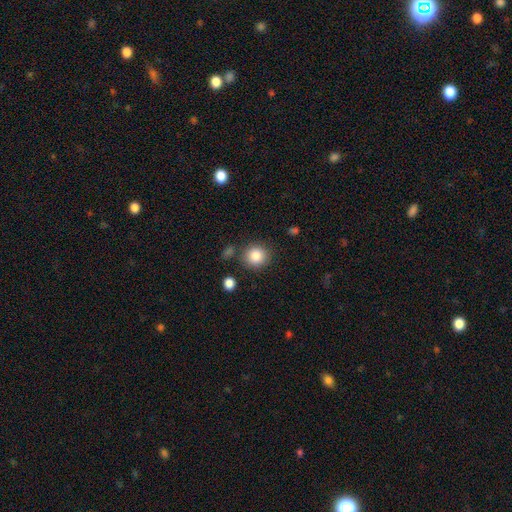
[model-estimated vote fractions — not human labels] smooth_or_featured: smooth (p=0.86) [alt: star or artifact p=0.09]
how_rounded: round (p=0.88) [alt: in between p=0.11]
merging: none (p=0.81) [alt: minor disturbance p=0.10]